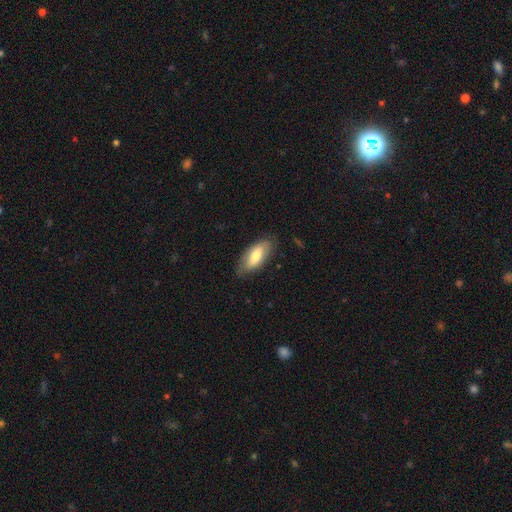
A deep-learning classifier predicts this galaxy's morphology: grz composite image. It shows a smooth galaxy with no disk features (71%) that is in between round and cigar-shaped (86%). Merging: none (76%).